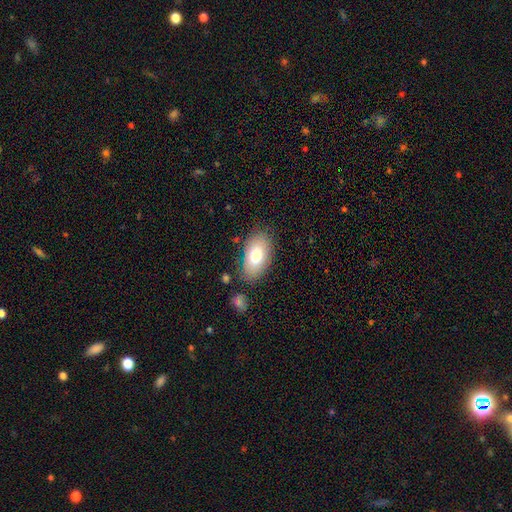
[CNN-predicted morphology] Smooth or featured: smooth — 76% (featured or disk — 17%)
How rounded: in between — 93% (round — 6%)
Merging: none — 80% (minor disturbance — 13%)